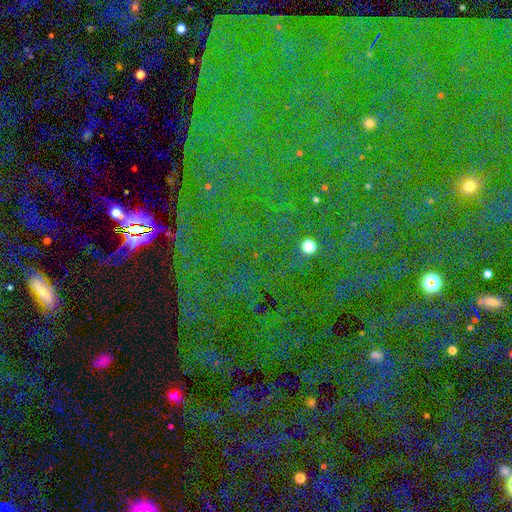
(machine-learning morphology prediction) star or artifact 82%, smooth 10%, featured or disk 8%.